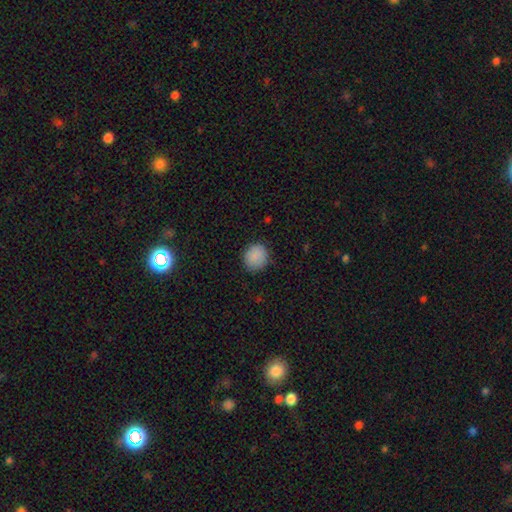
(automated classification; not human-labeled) Morphology: type=smooth (88%); roundness=round (84%); merging=none (85%).